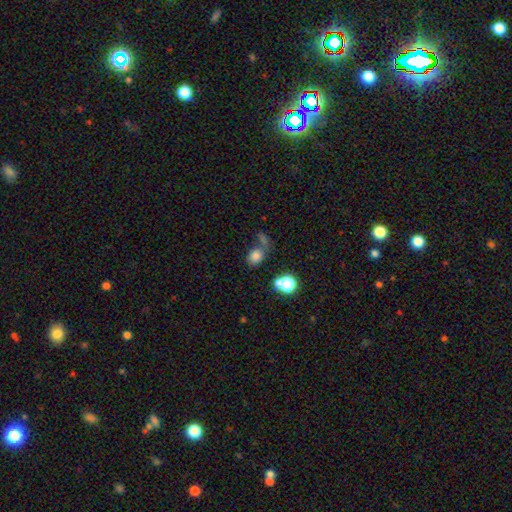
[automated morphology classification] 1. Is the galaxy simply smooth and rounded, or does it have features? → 77% smooth, 15% star or artifact, 8% featured or disk.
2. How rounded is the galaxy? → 56% in between, 43% round, 1% cigar-shaped.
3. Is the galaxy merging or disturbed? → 51% none, 26% merger, 14% minor disturbance, 9% major disturbance.